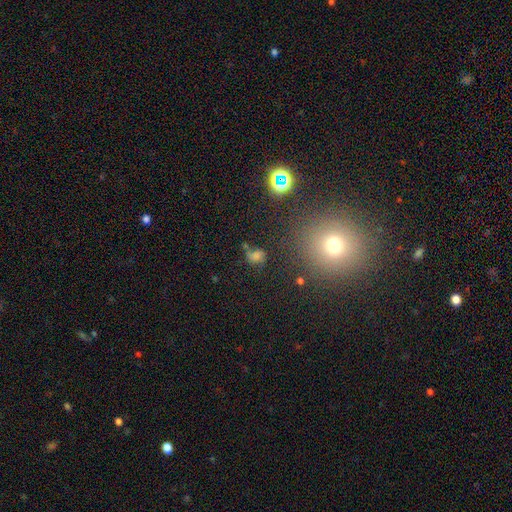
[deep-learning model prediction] Smooth or featured? Predicted: smooth (p=0.53). How rounded? Predicted: round (p=0.60). Merging? Predicted: none (p=0.57).